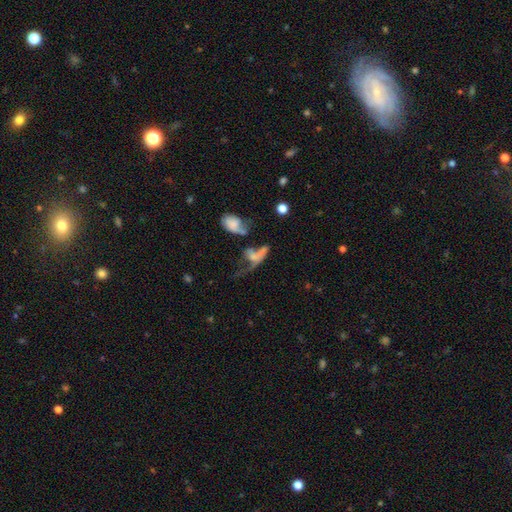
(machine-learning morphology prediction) featured or disk 44%, smooth 41%, star or artifact 15%. Down the decision tree: merging — merger (38%).